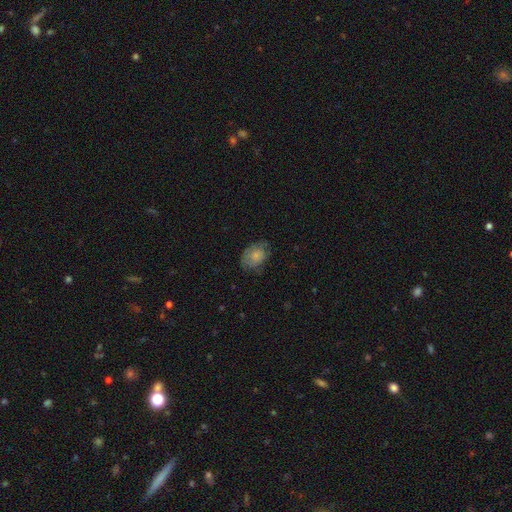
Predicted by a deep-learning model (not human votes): A smooth galaxy with no disk features (73%) that is in between round and cigar-shaped (74%).

Vote fractions:
- Smooth or featured? smooth: 73% / featured or disk: 19% / star or artifact: 8%
- How rounded? in between: 74% / round: 25% / cigar-shaped: 1%
- Merging? none: 59% / minor disturbance: 28% / major disturbance: 11% / merger: 1%